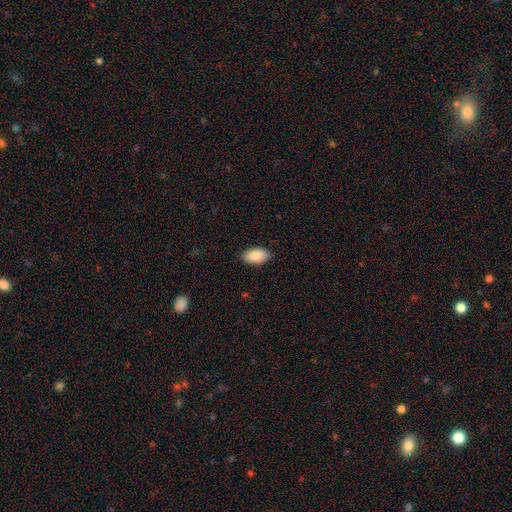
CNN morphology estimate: This appears to be a smooth galaxy with no disk features (88%) that is in between round and cigar-shaped (95%). Merging: none (87%).